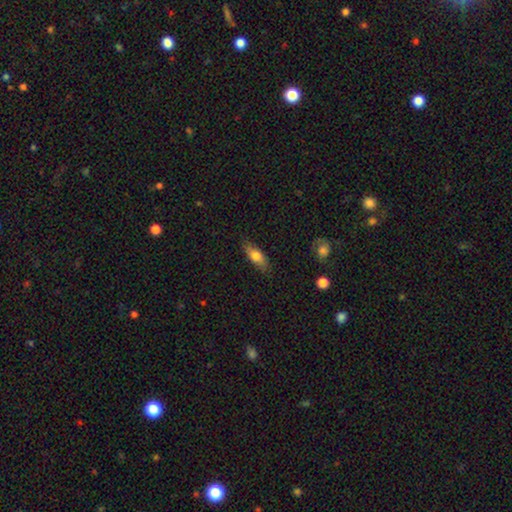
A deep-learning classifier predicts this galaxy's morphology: Smooth or featured? Predicted: smooth (p=0.73). How rounded? Predicted: in between (p=0.67). Merging? Predicted: none (p=0.80).